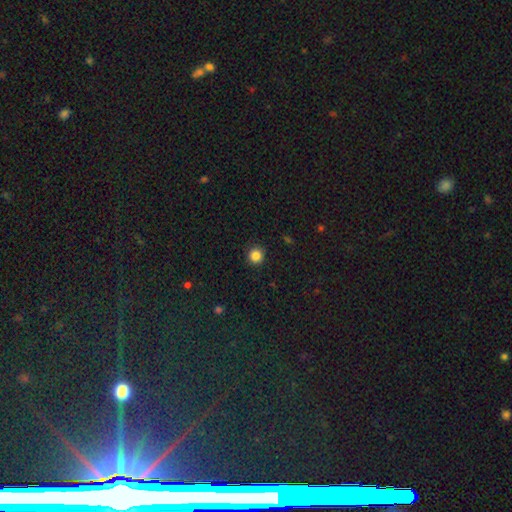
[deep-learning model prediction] Smooth or featured? Predicted: smooth (p=0.85). How rounded? Predicted: round (p=0.94). Merging? Predicted: none (p=0.92).